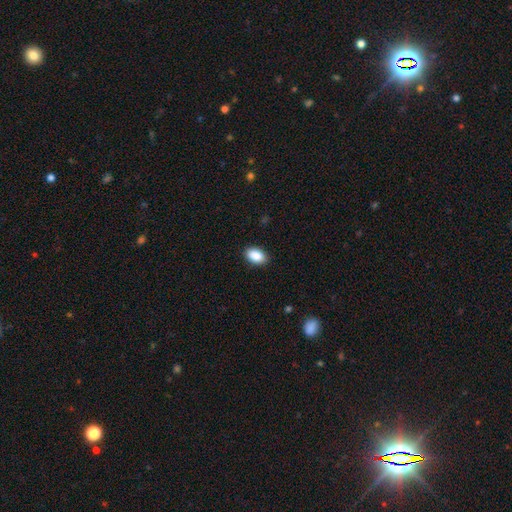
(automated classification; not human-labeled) Smooth or featured?
  - smooth: 90% *
  - star or artifact: 7%
  - featured or disk: 4%
How rounded?
  - in between: 92% *
  - round: 7%
  - cigar-shaped: 1%
Merging?
  - none: 89% *
  - minor disturbance: 8%
  - major disturbance: 2%
  - merger: 1%